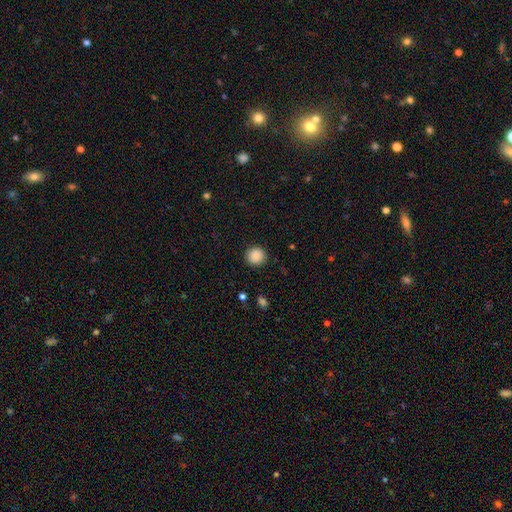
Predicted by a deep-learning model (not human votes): The model was most divided on "smooth or featured": smooth: 88%, star or artifact: 9%, featured or disk: 3%. More confident: how rounded — round (93%); merging — none (91%).